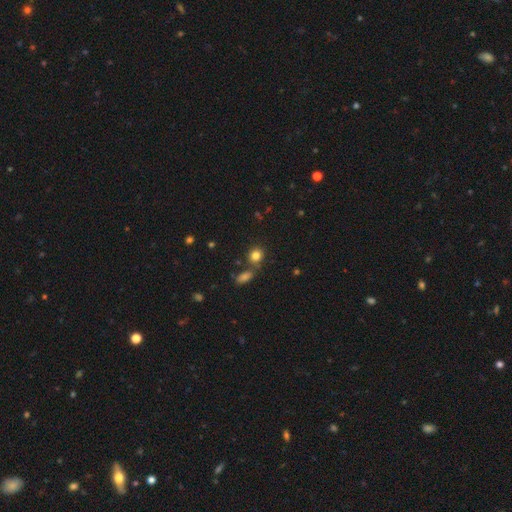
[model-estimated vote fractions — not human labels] Q: Smooth or featured?
A: smooth (81%); runner-up: star or artifact (12%)
Q: How rounded?
A: round (75%); runner-up: in between (24%)
Q: Merging?
A: none (67%); runner-up: merger (19%)